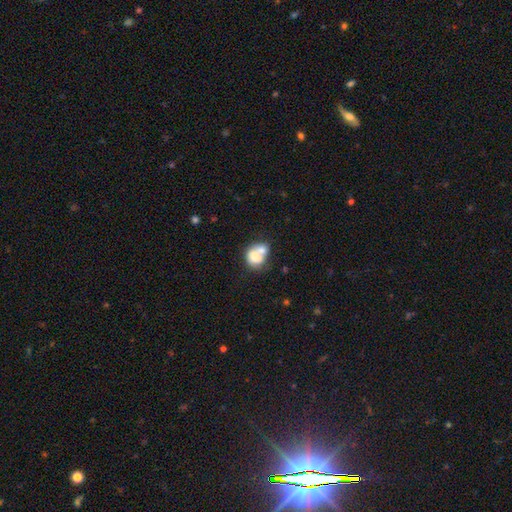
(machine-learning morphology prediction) This is likely a smooth galaxy (66%). How rounded: possibly round (50%). Merging: likely merger (64%).